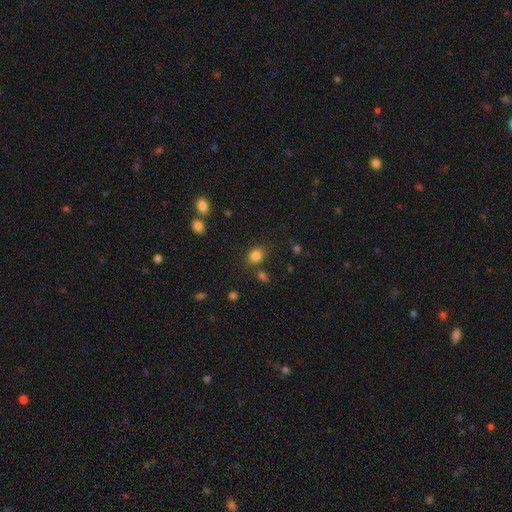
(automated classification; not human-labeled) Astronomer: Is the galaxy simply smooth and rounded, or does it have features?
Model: smooth — 83%.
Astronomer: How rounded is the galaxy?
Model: round — 58% (runner-up: in between, 41%).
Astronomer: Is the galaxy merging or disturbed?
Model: none — 76%.